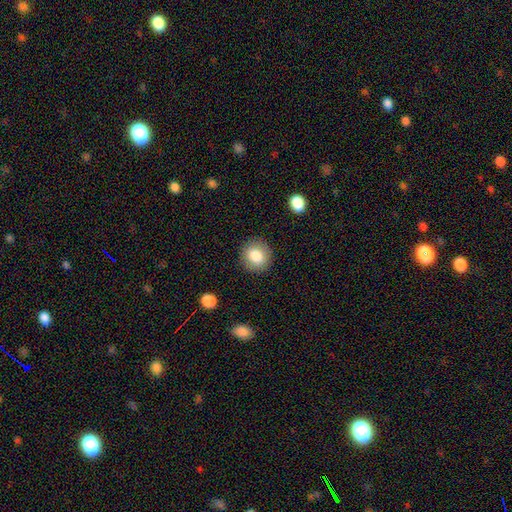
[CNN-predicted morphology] The model was most divided on "how rounded": round: 84%, in between: 15%, cigar-shaped: 1%. More confident: merging — none (88%); smooth or featured — smooth (83%).